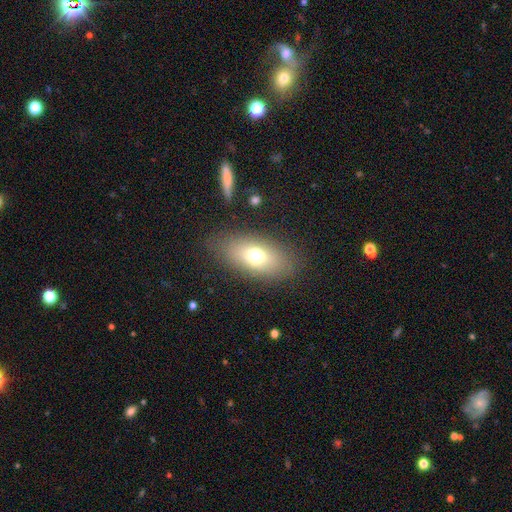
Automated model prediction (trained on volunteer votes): Overall: smooth (67%). How rounded: in between (86%). Merging: none (80%).